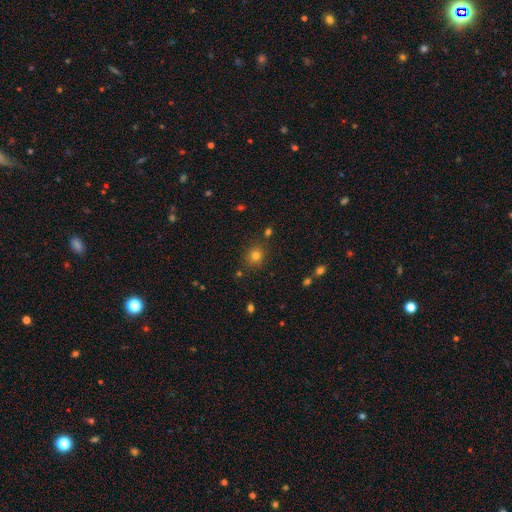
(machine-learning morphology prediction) smooth 77%, star or artifact 17%, featured or disk 7%. Down the decision tree: how rounded — round (82%); merging — none (82%).